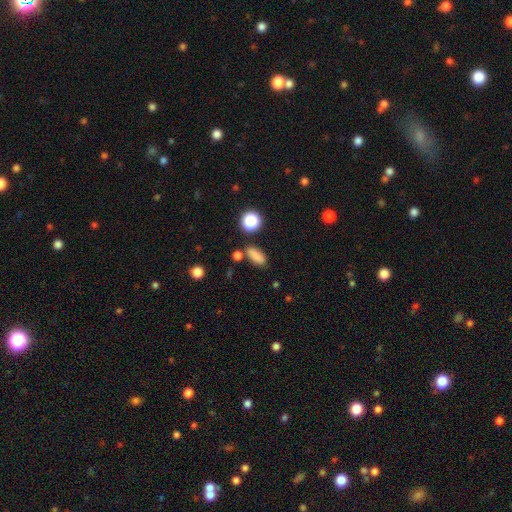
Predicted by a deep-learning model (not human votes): This is clearly a smooth galaxy (82%). How rounded: likely in between (74%). Merging: likely none (75%).